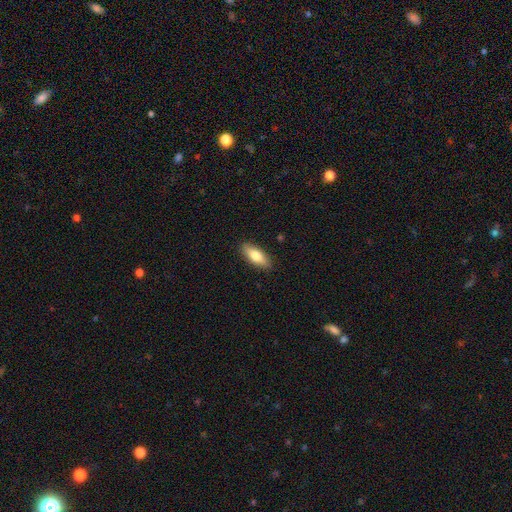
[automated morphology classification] smooth_or_featured: smooth (p=0.76) [alt: featured or disk p=0.18]
how_rounded: in between (p=0.73) [alt: cigar-shaped p=0.25]
merging: none (p=0.88) [alt: minor disturbance p=0.09]